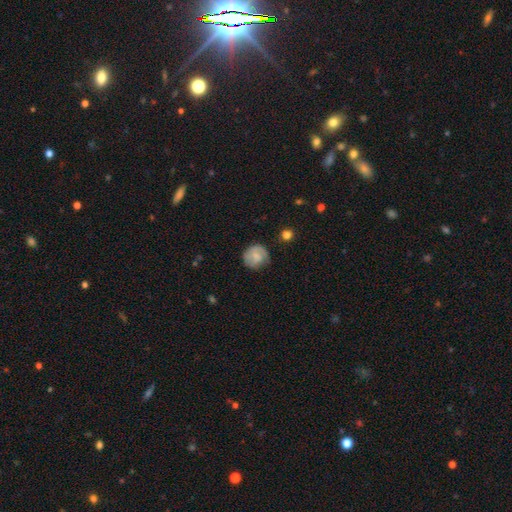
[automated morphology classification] This appears to be a smooth galaxy with no disk features (63%) that is round (86%). Merging: none (70%).